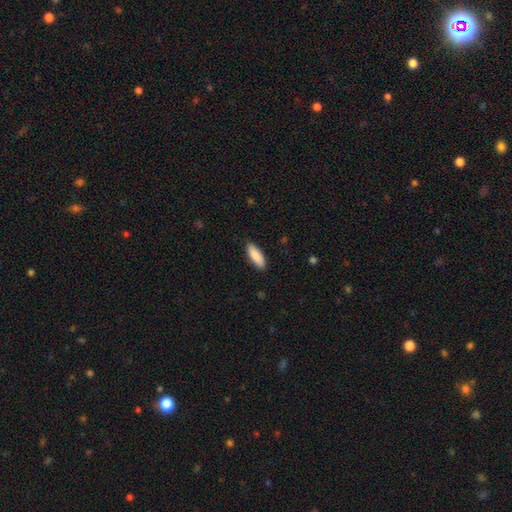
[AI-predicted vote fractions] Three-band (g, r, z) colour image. It shows a smooth galaxy with no disk features (88%) that is in between round and cigar-shaped (68%). Merging: none (88%).